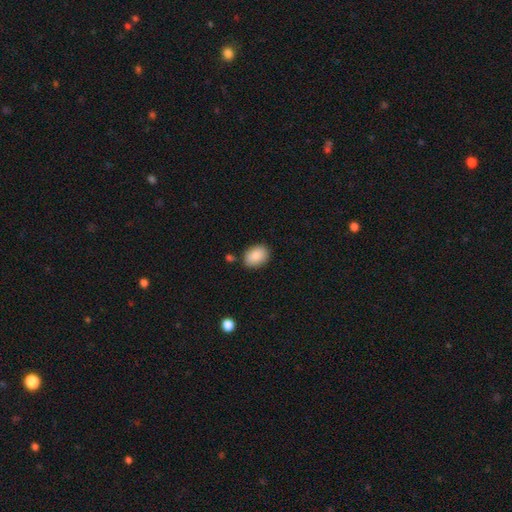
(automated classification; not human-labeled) This is clearly a smooth galaxy (87%). How rounded: likely in between (73%). Merging: clearly none (81%).